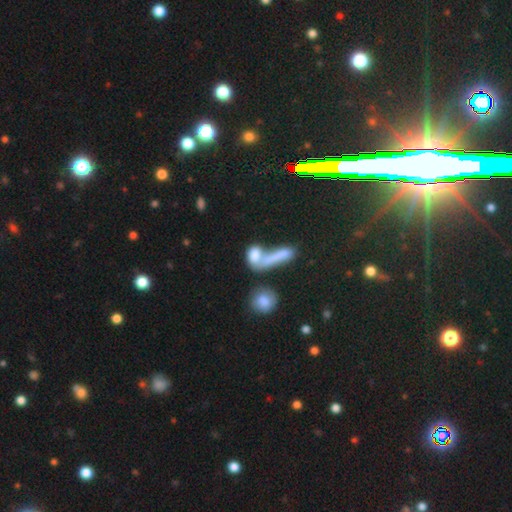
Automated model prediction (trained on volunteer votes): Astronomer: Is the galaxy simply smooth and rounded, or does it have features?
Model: smooth — 66%.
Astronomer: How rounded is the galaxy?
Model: in between — 45% (runner-up: cigar-shaped, 35%).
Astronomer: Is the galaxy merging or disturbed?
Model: merger — 50% (runner-up: none, 31%).